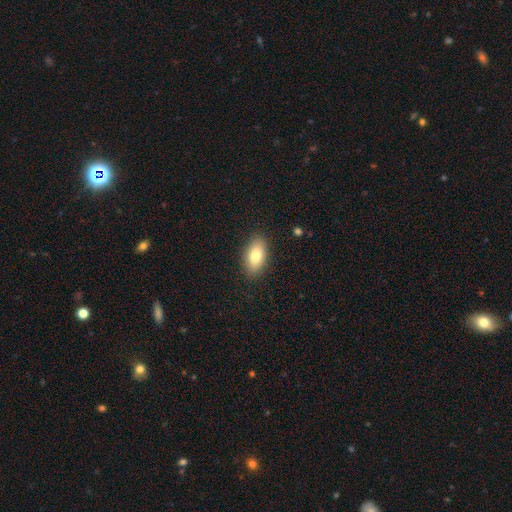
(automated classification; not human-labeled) A smooth galaxy with no disk features (79%) that is in between round and cigar-shaped (91%).

Vote fractions:
- Smooth or featured? smooth: 79% / featured or disk: 14% / star or artifact: 8%
- How rounded? in between: 91% / round: 5% / cigar-shaped: 4%
- Merging? none: 88% / minor disturbance: 9% / major disturbance: 2% / merger: 1%